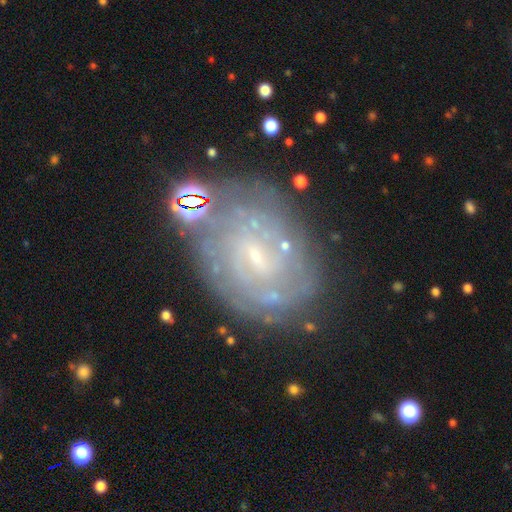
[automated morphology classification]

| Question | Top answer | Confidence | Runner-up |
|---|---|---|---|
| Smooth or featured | featured or disk | 76% | smooth (14%) |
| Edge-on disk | no | 97% | yes (3%) |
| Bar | weak | 49% | no (38%) |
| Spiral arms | yes | 82% | no (18%) |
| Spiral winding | tight | 70% | medium (22%) |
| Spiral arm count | can't tell | 55% | 2 (17%) |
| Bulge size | small | 73% | moderate (13%) |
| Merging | none | 70% | minor disturbance (18%) |